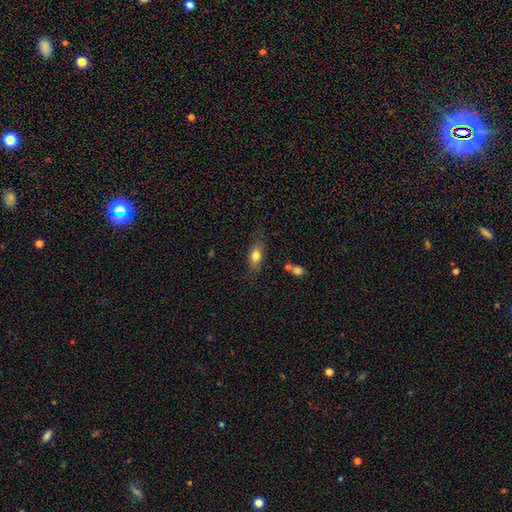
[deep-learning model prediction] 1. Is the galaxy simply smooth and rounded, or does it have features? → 75% smooth, 17% featured or disk, 8% star or artifact.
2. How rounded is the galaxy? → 78% in between, 13% cigar-shaped, 9% round.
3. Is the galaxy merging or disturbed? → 77% none, 16% minor disturbance, 4% major disturbance, 3% merger.